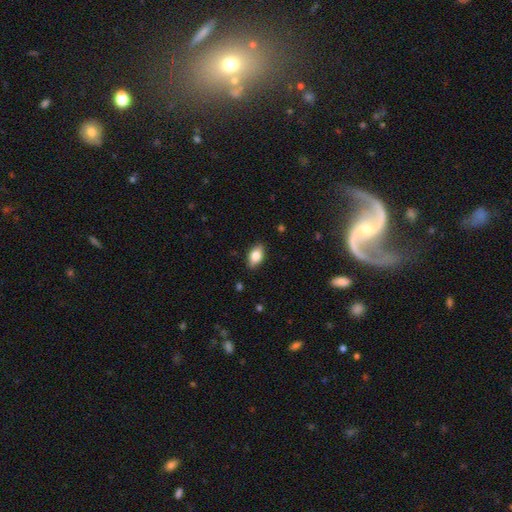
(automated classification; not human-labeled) Morphology: type=smooth (79%); roundness=in between (89%); merging=none (86%).